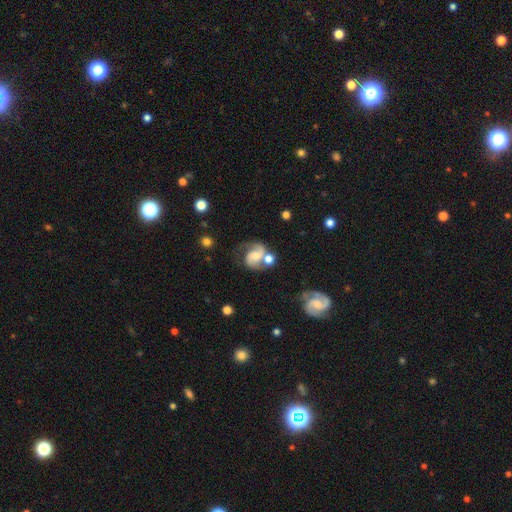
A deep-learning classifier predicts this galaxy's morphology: featured or disk 76%, smooth 17%, star or artifact 7%. Down the decision tree: edge-on disk — no (98%); bar — no (55%); spiral arms — yes (94%); spiral arm count — 2 (75%); spiral winding — medium (52%); bulge size — moderate (43%); merging — none (42%).